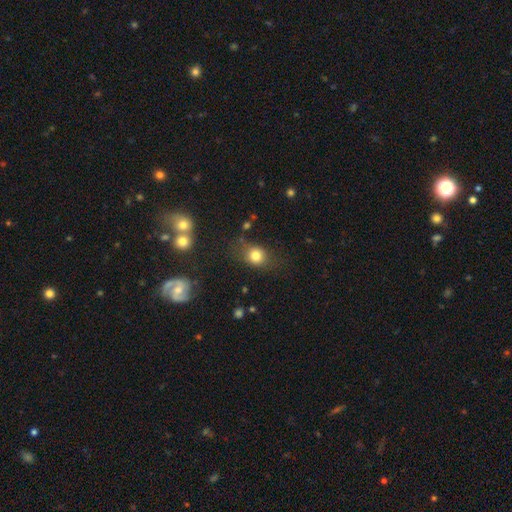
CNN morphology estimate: Overall: smooth (78%). How rounded: round (65%; in between 34%). Merging: none (68%).